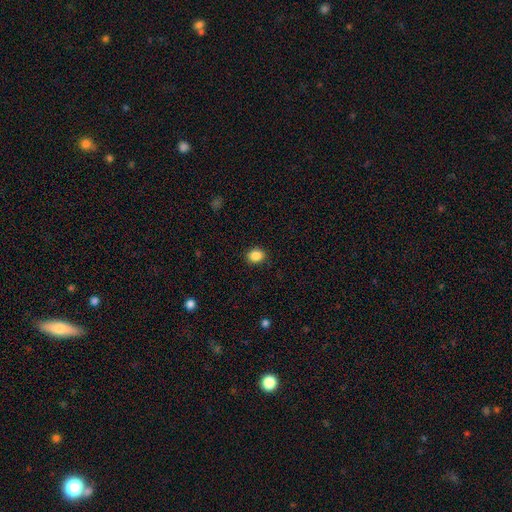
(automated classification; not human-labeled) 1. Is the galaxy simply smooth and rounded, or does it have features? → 87% smooth, 10% star or artifact, 4% featured or disk.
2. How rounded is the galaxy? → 60% round, 39% in between, 1% cigar-shaped.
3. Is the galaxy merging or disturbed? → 90% none, 7% minor disturbance, 2% major disturbance, 1% merger.